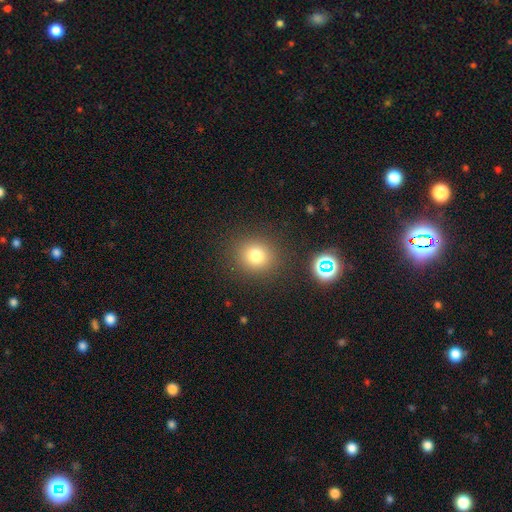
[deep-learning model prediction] Q: Smooth or featured?
A: smooth (77%); runner-up: star or artifact (15%)
Q: How rounded?
A: round (86%); runner-up: in between (14%)
Q: Merging?
A: none (87%); runner-up: minor disturbance (7%)